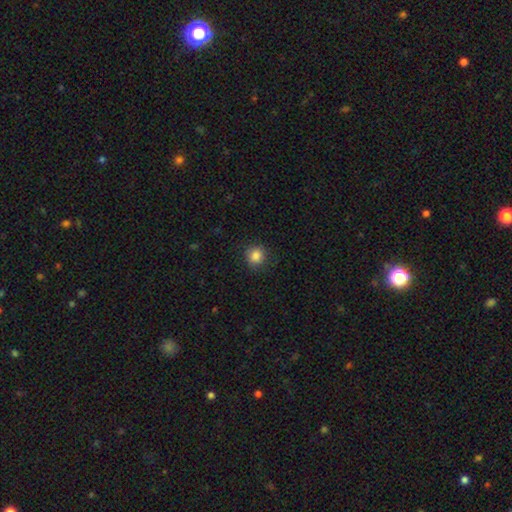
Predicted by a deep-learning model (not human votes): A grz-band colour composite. It shows a smooth galaxy with no disk features (85%) that is round (89%). Merging: none (85%).